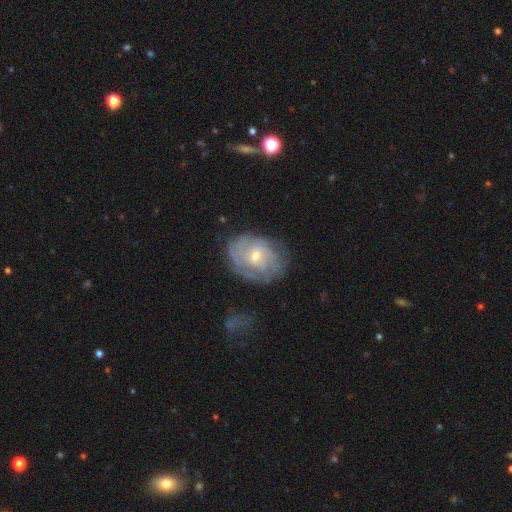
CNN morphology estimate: A featured or disk galaxy (74%) with no bar (67%), tight (66%) spiral arms (86%) and a small central bulge (55%).

Vote fractions:
- Smooth or featured? featured or disk: 74% / smooth: 19% / star or artifact: 7%
- Edge-on disk? no: 96% / yes: 4%
- Bar? no: 67% / weak: 28% / strong: 4%
- Spiral arms? yes: 86% / no: 14%
- Spiral winding? tight: 66% / medium: 25% / loose: 9%
- Spiral arm count? can't tell: 53% / 2: 13% / 3: 12% / 4: 11% / more than 4: 6% / 1: 5%
- Bulge size? small: 55% / moderate: 42% / large: 2% / none: 1% / dominant: 1%
- Merging? none: 70% / minor disturbance: 20% / major disturbance: 8% / merger: 2%